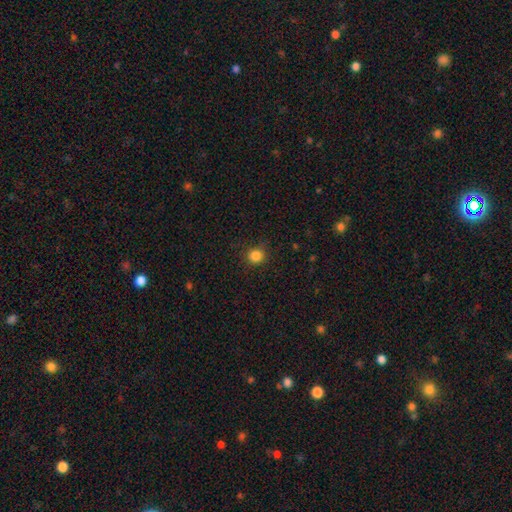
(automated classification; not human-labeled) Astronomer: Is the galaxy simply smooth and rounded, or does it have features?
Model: smooth — 84%.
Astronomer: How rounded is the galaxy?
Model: round — 92%.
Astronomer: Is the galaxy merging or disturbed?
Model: none — 86%.